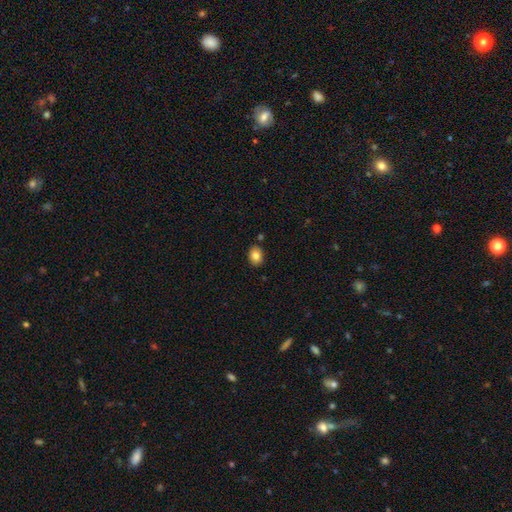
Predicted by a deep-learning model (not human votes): Smooth or featured? smooth (83%)
How rounded? in between (58%)
Merging? none (87%)